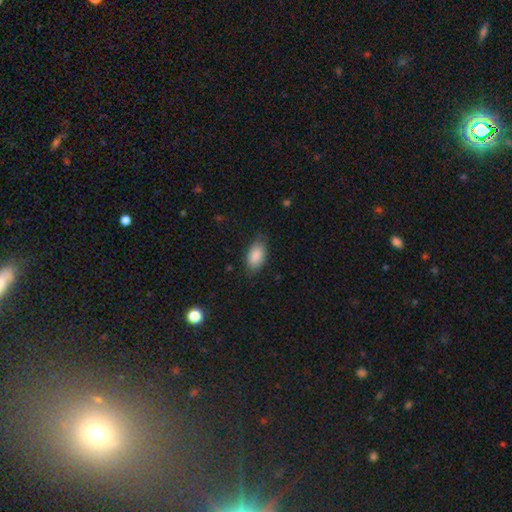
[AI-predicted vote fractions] A smooth galaxy with no disk features (88%) that is in between round and cigar-shaped (93%). Merging: none (77%).